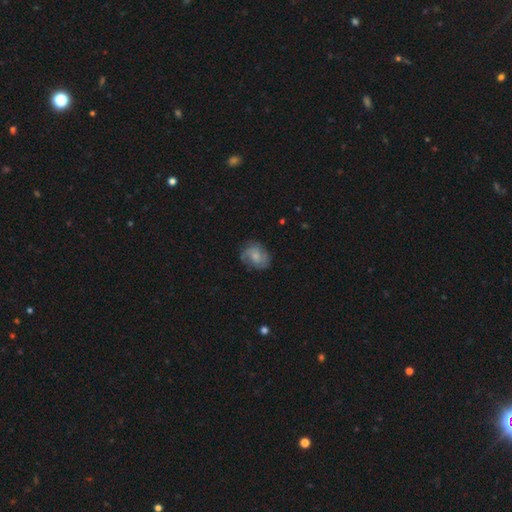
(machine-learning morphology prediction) Smooth or featured: featured or disk — 48% (smooth — 44%)
Merging: none — 68% (minor disturbance — 22%)